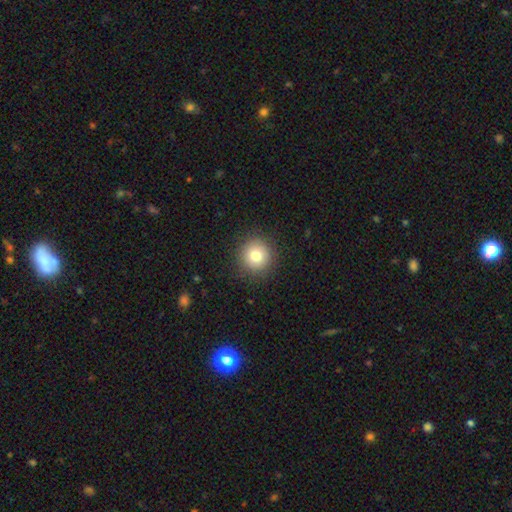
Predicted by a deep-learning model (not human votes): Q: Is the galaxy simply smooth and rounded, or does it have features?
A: smooth — 79%.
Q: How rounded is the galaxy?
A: round — 94%.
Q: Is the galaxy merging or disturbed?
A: none — 90%.